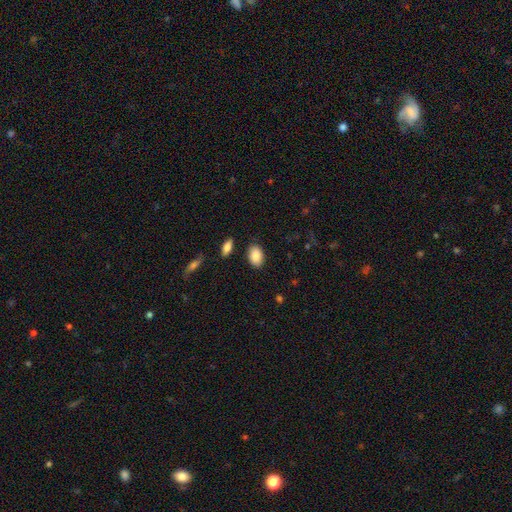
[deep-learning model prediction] The model was most divided on "merging": none: 85%, minor disturbance: 10%, merger: 3%, major disturbance: 3%. More confident: how rounded — in between (90%); smooth or featured — smooth (87%).